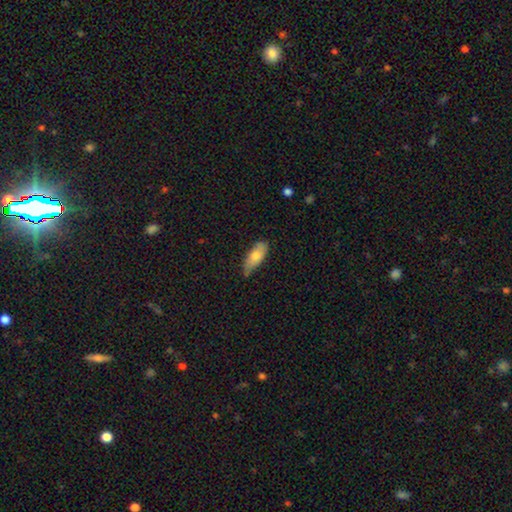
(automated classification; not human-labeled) smooth_or_featured: smooth (p=0.74) [alt: featured or disk p=0.20]
how_rounded: in between (p=0.76) [alt: cigar-shaped p=0.21]
merging: none (p=0.65) [alt: minor disturbance p=0.29]